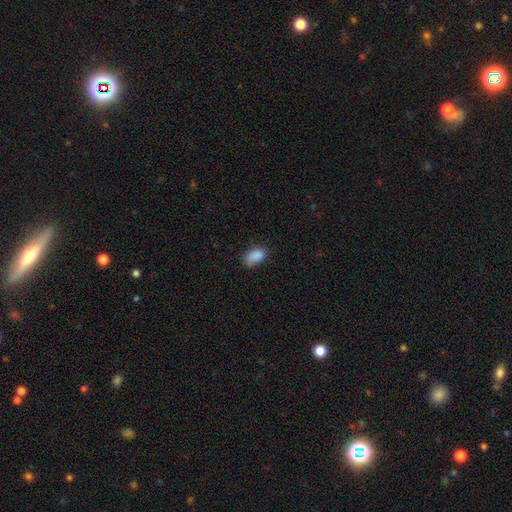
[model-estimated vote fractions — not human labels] This is clearly a smooth galaxy (87%). How rounded: clearly in between (91%). Merging: likely none (68%).